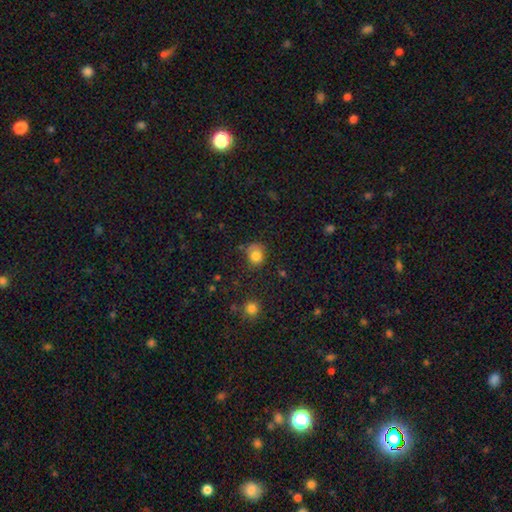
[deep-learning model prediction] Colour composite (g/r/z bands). It shows a smooth galaxy with no disk features (82%) that is round (73%). Merging: none (60%).